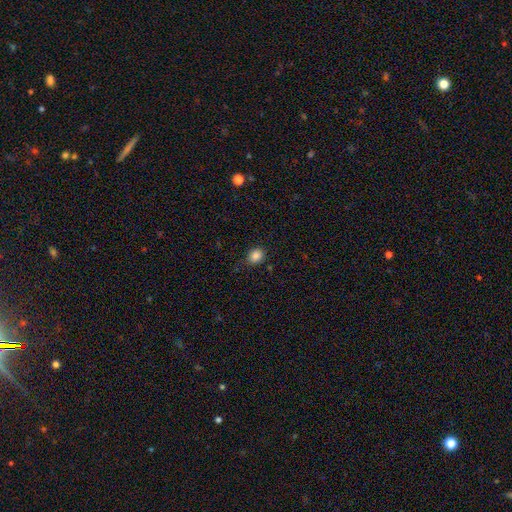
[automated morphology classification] Smooth or featured? Predicted: smooth (p=0.85). How rounded? Predicted: round (p=0.66). Merging? Predicted: none (p=0.81).